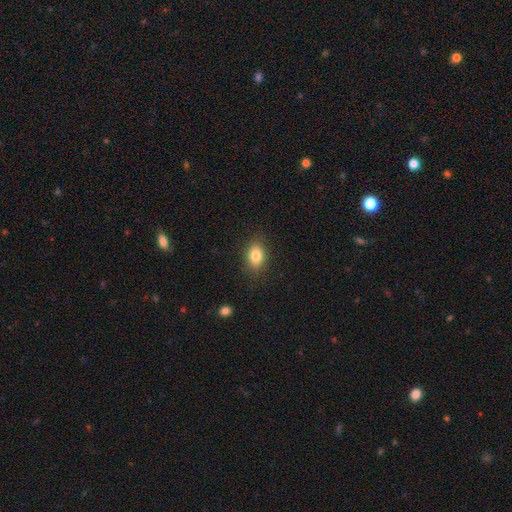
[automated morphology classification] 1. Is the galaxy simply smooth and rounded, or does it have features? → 82% smooth, 9% star or artifact, 8% featured or disk.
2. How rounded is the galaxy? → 78% in between, 20% round, 2% cigar-shaped.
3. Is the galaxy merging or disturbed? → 85% none, 11% minor disturbance, 3% major disturbance, 1% merger.